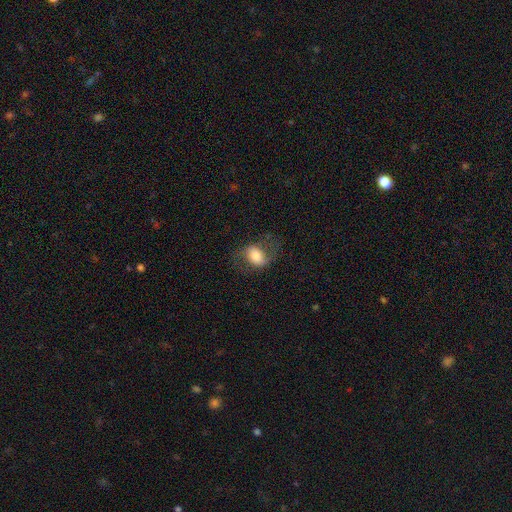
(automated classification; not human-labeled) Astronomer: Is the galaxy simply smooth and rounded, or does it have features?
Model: smooth — 59%.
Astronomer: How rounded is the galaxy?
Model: in between — 70%.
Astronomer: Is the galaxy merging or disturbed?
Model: none — 60%.